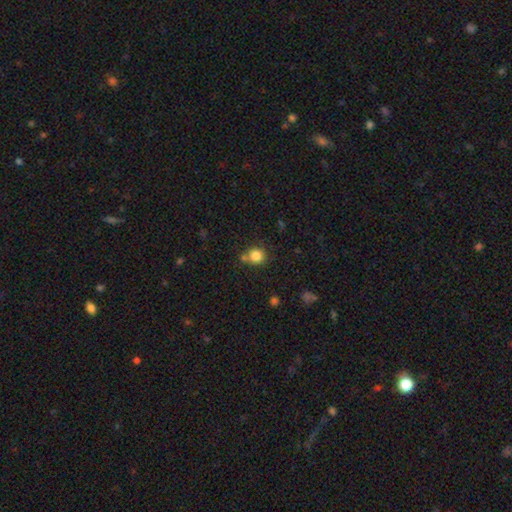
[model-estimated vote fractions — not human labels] Smooth or featured? smooth (83%)
How rounded? round (87%)
Merging? none (65%)